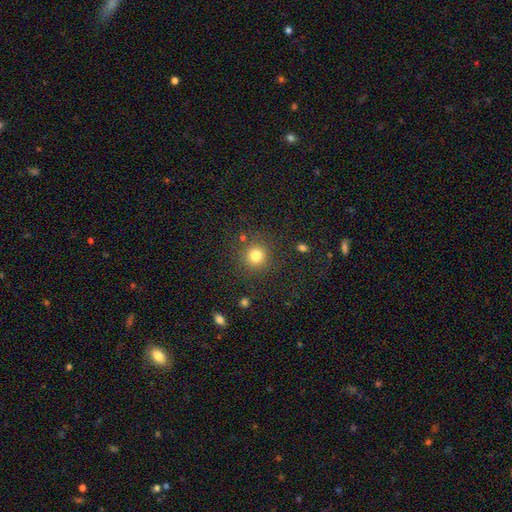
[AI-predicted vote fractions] Smooth or featured? Predicted: smooth (p=0.81). How rounded? Predicted: round (p=0.93). Merging? Predicted: none (p=0.85).